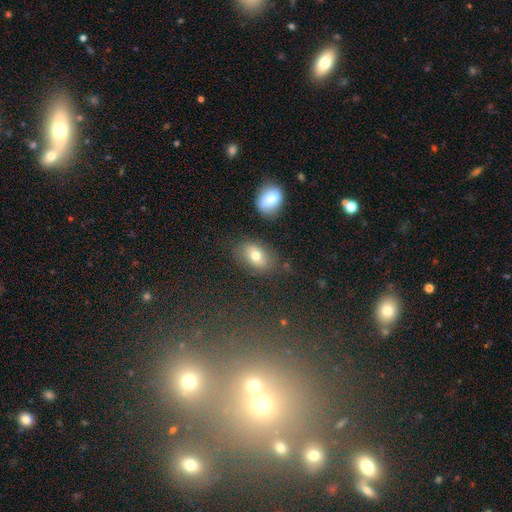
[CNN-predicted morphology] A smooth galaxy with no disk features (73%) that is in between round and cigar-shaped (83%). Merging: none (76%).